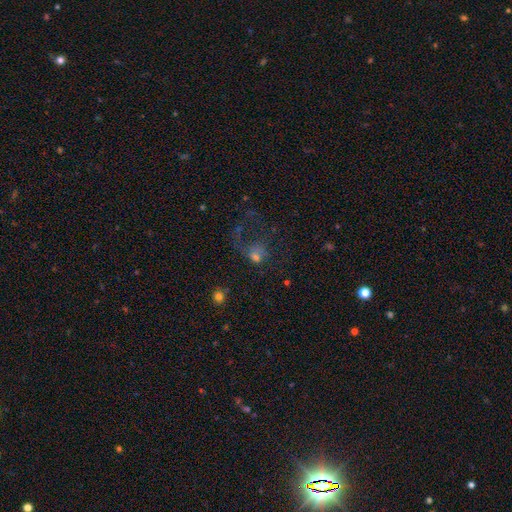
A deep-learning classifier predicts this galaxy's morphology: Smooth or featured: smooth — 42% (featured or disk — 35%)
Merging: major disturbance — 54% (none — 26%)